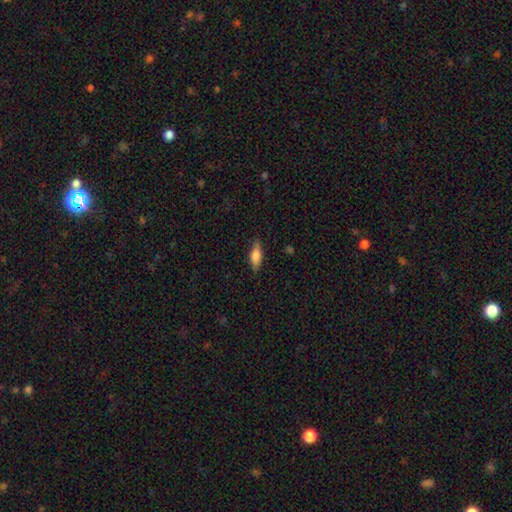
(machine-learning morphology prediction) Q: Smooth or featured?
A: smooth (67%); runner-up: featured or disk (26%)
Q: How rounded?
A: in between (65%); runner-up: cigar-shaped (32%)
Q: Merging?
A: none (82%); runner-up: minor disturbance (14%)